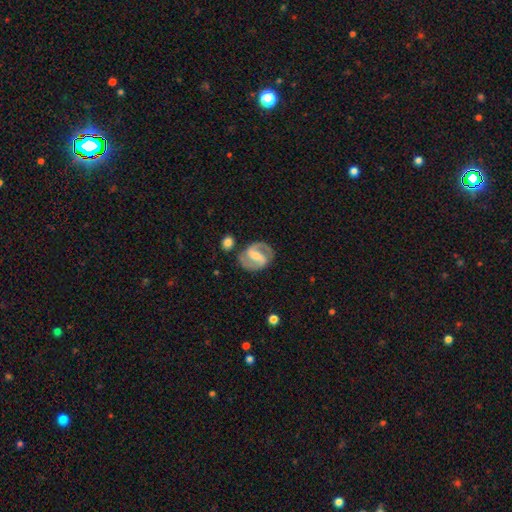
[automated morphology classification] The model was most divided on "bulge size" (2-way tie): moderate: 43%, small: 43%, none: 7%, large: 6%, dominant: 1%. More confident: edge-on disk — no (97%); spiral arms — yes (94%); spiral arm count — 2 (91%); smooth or featured — featured or disk (85%); merging — none (78%); bar — strong (55%); spiral winding — medium (54%).